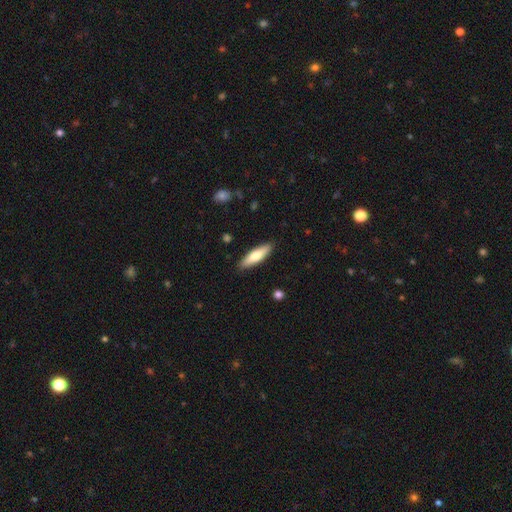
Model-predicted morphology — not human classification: smooth 65%, featured or disk 30%, star or artifact 5%. Down the decision tree: how rounded — cigar-shaped (61%); merging — none (89%).